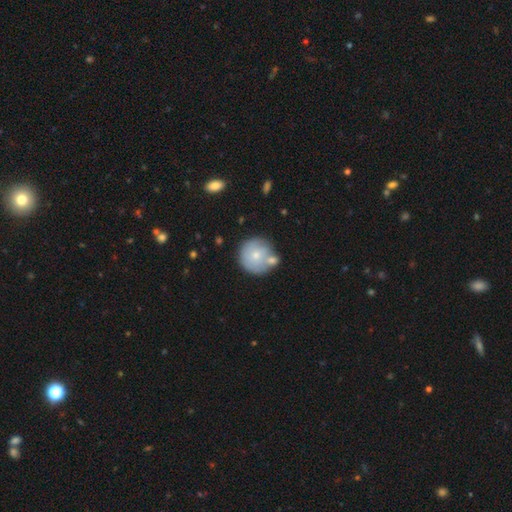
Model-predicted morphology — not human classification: Smooth or featured? Predicted: smooth (p=0.66). How rounded? Predicted: round (p=0.94). Merging? Predicted: none (p=0.55).